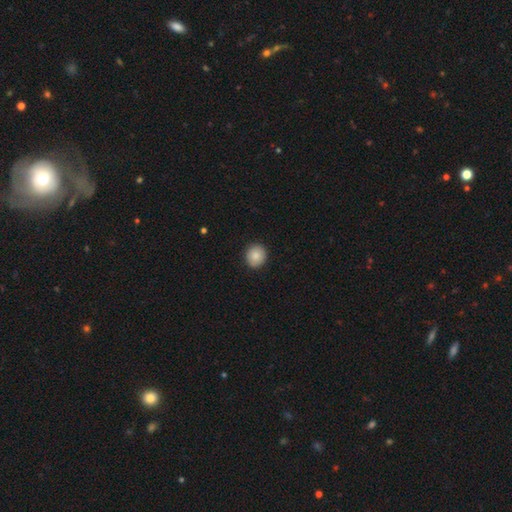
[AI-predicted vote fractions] Q: Smooth or featured?
A: smooth (86%); runner-up: star or artifact (8%)
Q: How rounded?
A: round (83%); runner-up: in between (16%)
Q: Merging?
A: none (91%); runner-up: minor disturbance (6%)